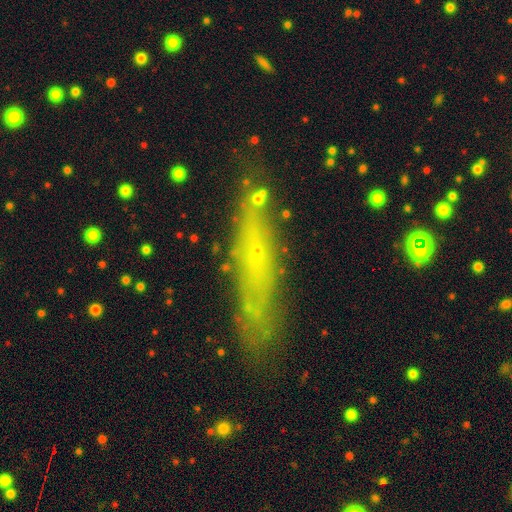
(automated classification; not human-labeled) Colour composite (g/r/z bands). It shows a featured or disk galaxy (46%). Merging: none (77%).